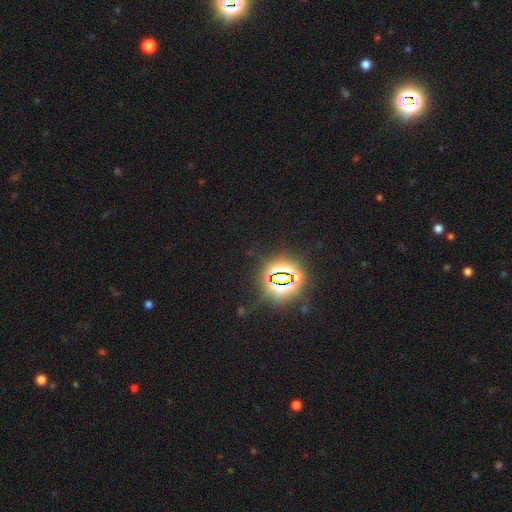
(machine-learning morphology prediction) Smooth or featured?
  - star or artifact: 84% *
  - smooth: 9%
  - featured or disk: 6%